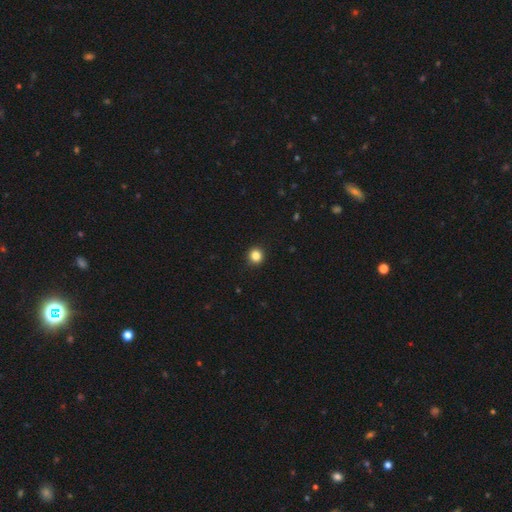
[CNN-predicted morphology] Overall: smooth (84%). How rounded: round (93%). Merging: none (93%).